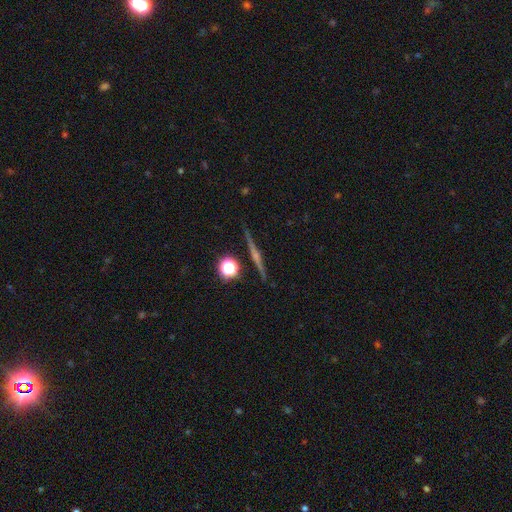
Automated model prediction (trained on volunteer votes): Morphology: type=featured or disk (78%); edge-on=yes (98%); edge-on bulge=rounded (81%); merging=none (91%).